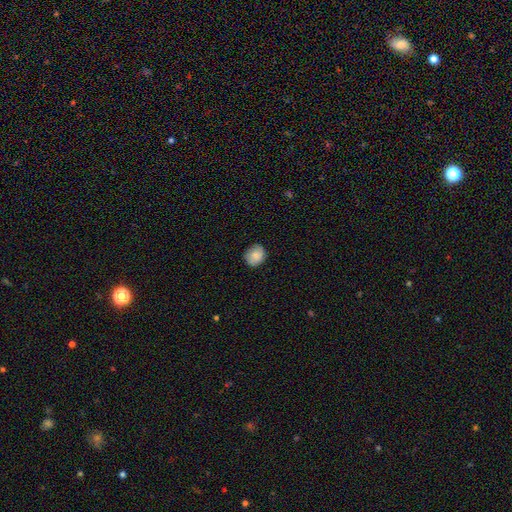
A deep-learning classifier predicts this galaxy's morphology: Smooth or featured?
  - smooth: 85% *
  - star or artifact: 7%
  - featured or disk: 7%
How rounded?
  - round: 65% *
  - in between: 34%
  - cigar-shaped: 1%
Merging?
  - none: 82% *
  - minor disturbance: 14%
  - major disturbance: 3%
  - merger: 1%